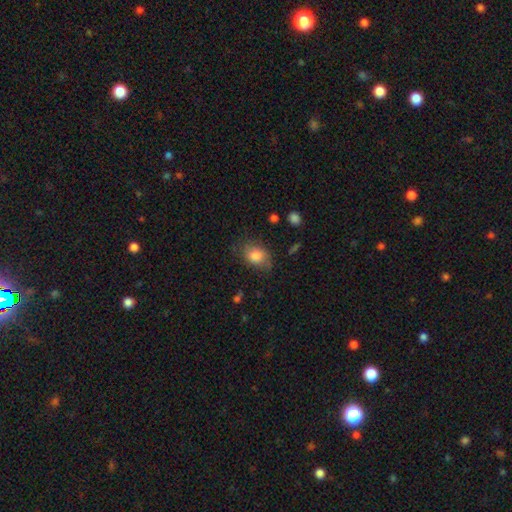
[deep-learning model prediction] This appears to be a smooth galaxy with no disk features (81%) that is in between round and cigar-shaped (71%). Merging: none (66%).